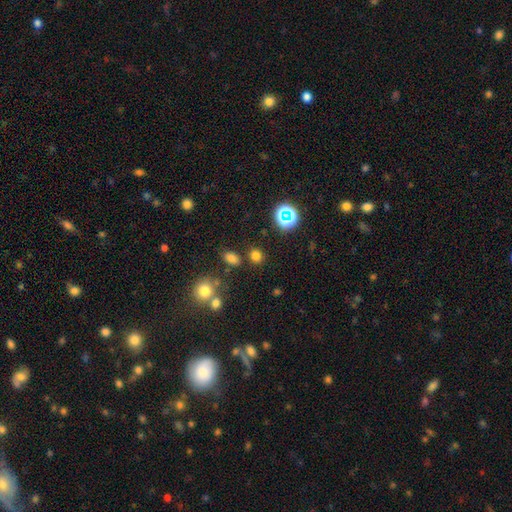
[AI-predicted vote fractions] Morphology: type=smooth (74%); roundness=round (66%); merging=none (80%).